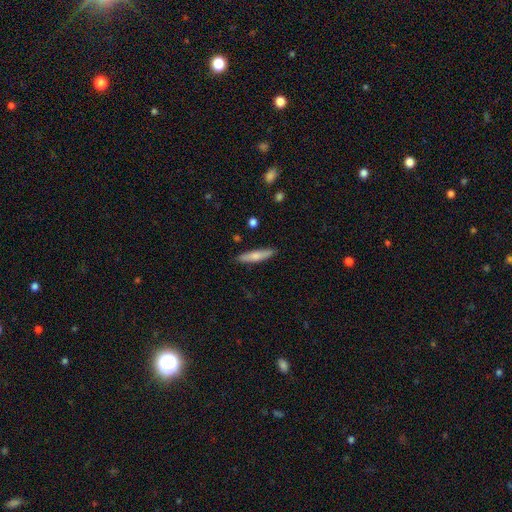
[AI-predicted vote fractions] smooth 68%, featured or disk 26%, star or artifact 6%. Down the decision tree: how rounded — cigar-shaped (84%); merging — none (88%).